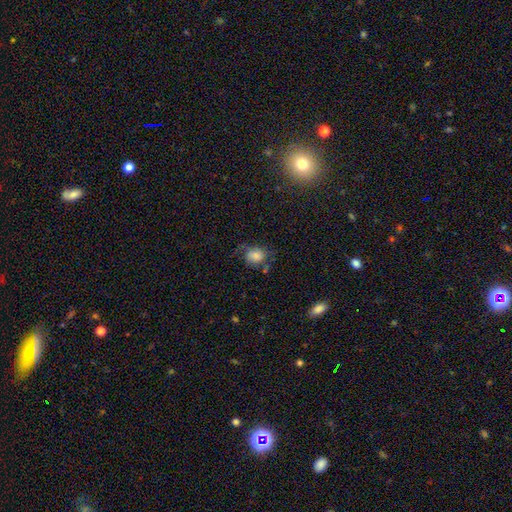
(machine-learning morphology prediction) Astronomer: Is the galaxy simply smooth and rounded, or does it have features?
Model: smooth — 65%.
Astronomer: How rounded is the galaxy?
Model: round — 51% (runner-up: in between, 48%).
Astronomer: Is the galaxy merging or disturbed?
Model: none — 44% (runner-up: minor disturbance, 27%).